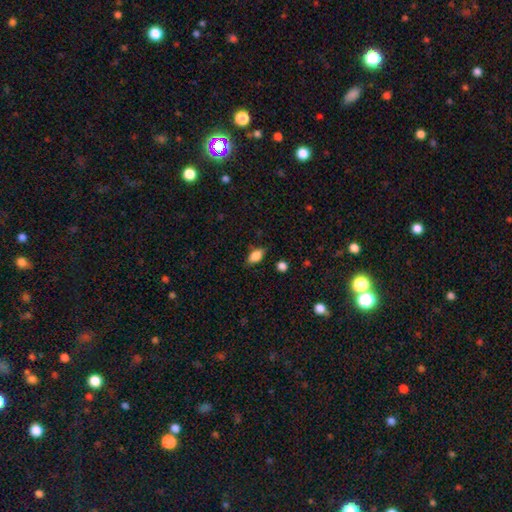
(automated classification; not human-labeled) Q: Smooth or featured?
A: smooth (80%); runner-up: featured or disk (11%)
Q: How rounded?
A: in between (86%); runner-up: cigar-shaped (7%)
Q: Merging?
A: none (79%); runner-up: minor disturbance (16%)